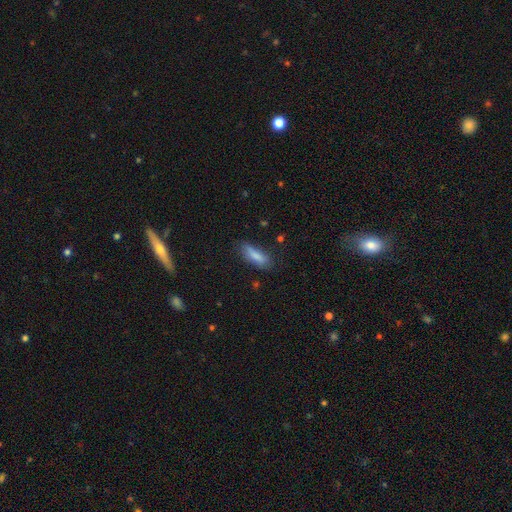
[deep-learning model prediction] This appears to be a smooth galaxy with no disk features (82%) that is cigar-shaped (50%). Merging: none (68%).